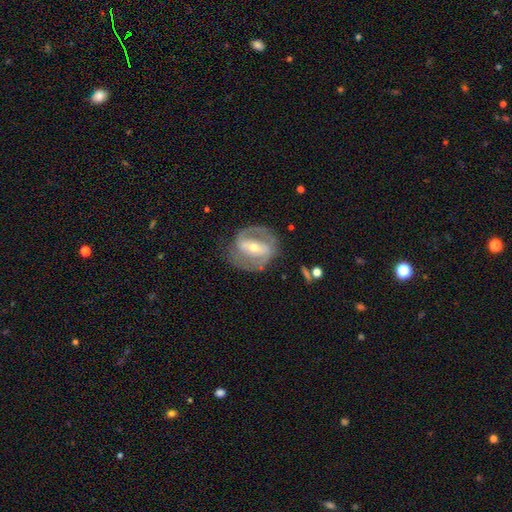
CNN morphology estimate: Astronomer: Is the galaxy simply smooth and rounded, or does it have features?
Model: featured or disk — 82%.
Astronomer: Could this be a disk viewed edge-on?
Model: no — 94%.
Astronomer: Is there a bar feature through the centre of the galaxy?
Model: strong — 61%.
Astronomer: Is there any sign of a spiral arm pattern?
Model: yes — 82%.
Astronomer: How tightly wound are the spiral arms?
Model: medium — 43% (runner-up: tight, 41%).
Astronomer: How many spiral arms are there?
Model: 2 — 80%.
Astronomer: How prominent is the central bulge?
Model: moderate — 49% (runner-up: small, 46%).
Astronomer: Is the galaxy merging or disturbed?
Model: none — 77%.